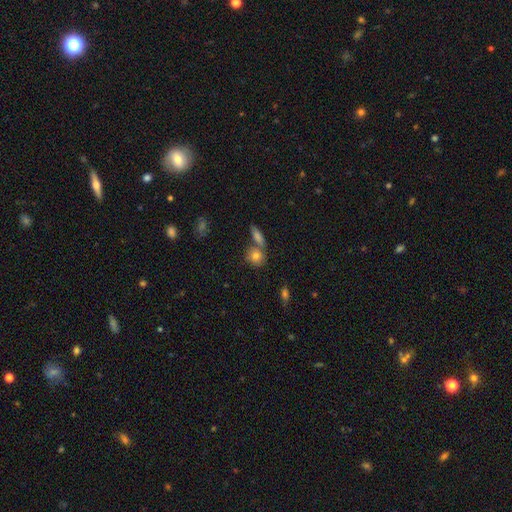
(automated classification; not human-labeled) Smooth or featured: smooth — 78% (featured or disk — 12%)
How rounded: round — 69% (in between — 27%)
Merging: none — 56% (merger — 30%)